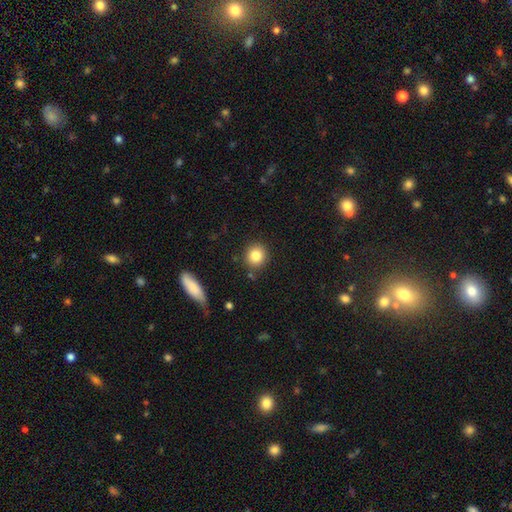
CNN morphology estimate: smooth_or_featured: smooth (p=0.83) [alt: star or artifact p=0.10]
how_rounded: round (p=0.87) [alt: in between p=0.11]
merging: none (p=0.87) [alt: minor disturbance p=0.08]